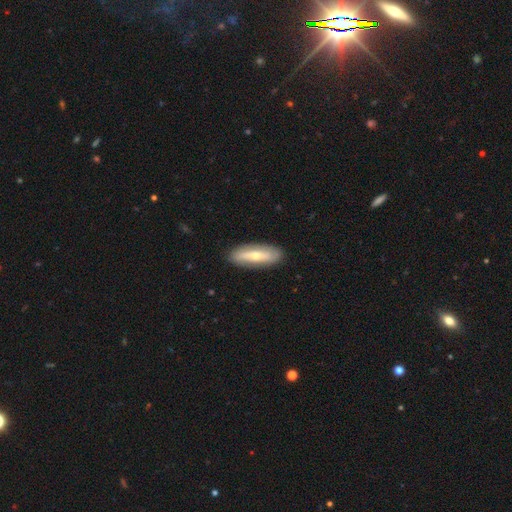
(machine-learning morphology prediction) This appears to be a featured or disk galaxy (52%). Merging: none (88%).